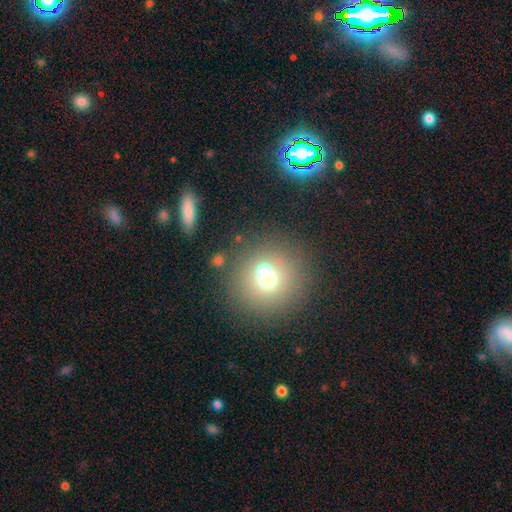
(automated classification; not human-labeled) A smooth galaxy with no disk features (57%) that is round (86%). Merging: none (74%).